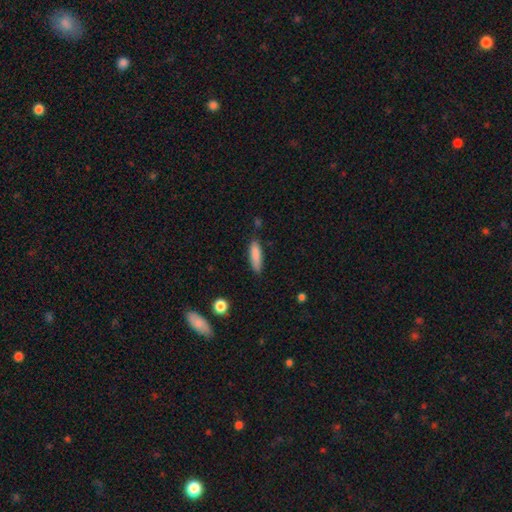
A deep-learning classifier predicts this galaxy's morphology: Smooth or featured? Predicted: smooth (p=0.85). How rounded? Predicted: cigar-shaped (p=0.61). Merging? Predicted: none (p=0.81).